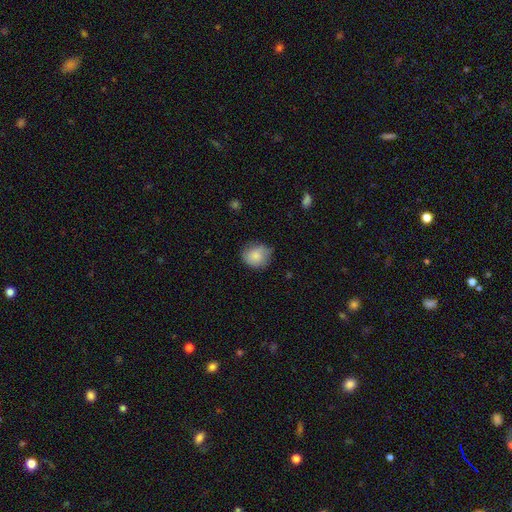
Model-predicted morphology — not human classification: type=smooth (83%); roundness=round (74%); merging=none (66%).